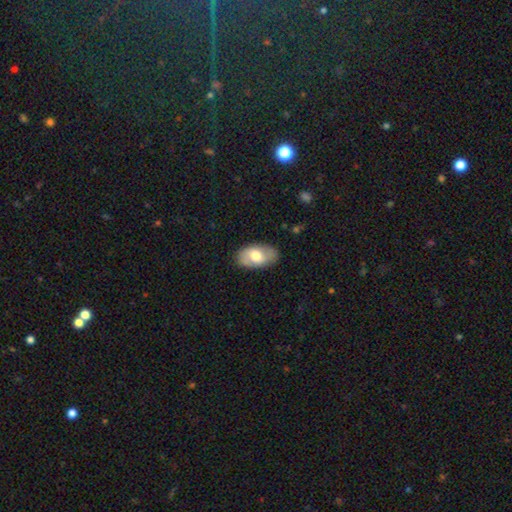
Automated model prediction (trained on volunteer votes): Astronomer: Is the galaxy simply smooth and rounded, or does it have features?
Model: smooth — 64%.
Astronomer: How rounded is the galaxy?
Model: in between — 93%.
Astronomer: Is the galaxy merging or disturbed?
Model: none — 83%.